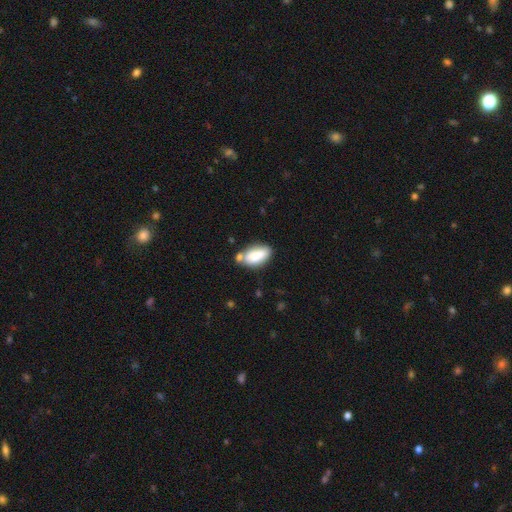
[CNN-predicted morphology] A smooth galaxy with no disk features (84%) that is in between round and cigar-shaped (92%).

Vote fractions:
- Smooth or featured? smooth: 84% / featured or disk: 9% / star or artifact: 7%
- How rounded? in between: 92% / cigar-shaped: 5% / round: 3%
- Merging? none: 56% / minor disturbance: 19% / merger: 19% / major disturbance: 6%